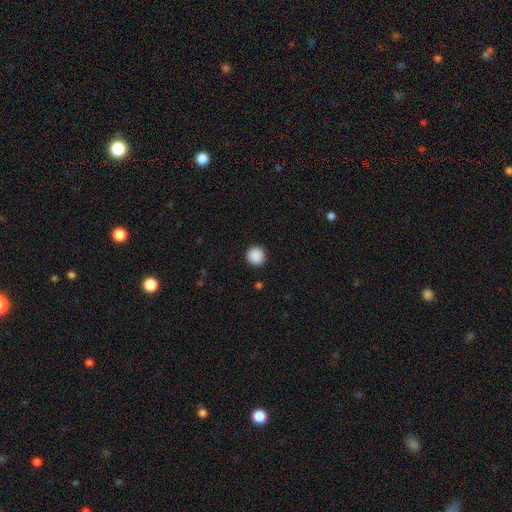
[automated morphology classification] smooth_or_featured: smooth (p=0.89) [alt: star or artifact p=0.09]
how_rounded: round (p=0.95) [alt: in between p=0.04]
merging: none (p=0.92) [alt: minor disturbance p=0.05]